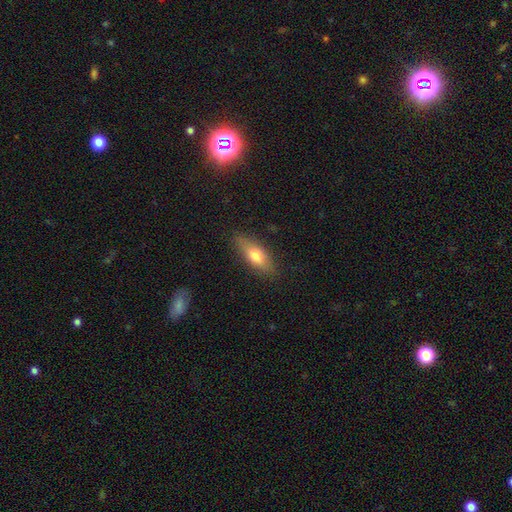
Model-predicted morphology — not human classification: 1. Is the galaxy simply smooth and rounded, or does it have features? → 69% smooth, 24% featured or disk, 7% star or artifact.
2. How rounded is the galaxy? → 66% in between, 31% cigar-shaped, 3% round.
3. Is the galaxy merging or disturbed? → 83% none, 13% minor disturbance, 3% major disturbance, 1% merger.